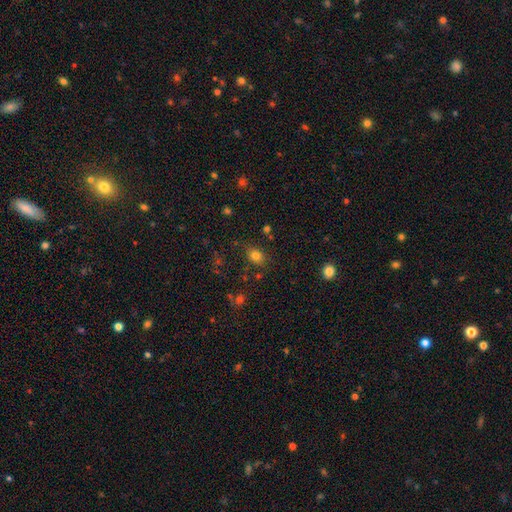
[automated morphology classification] Overall: smooth (79%). How rounded: in between (58%; round 41%). Merging: none (79%).